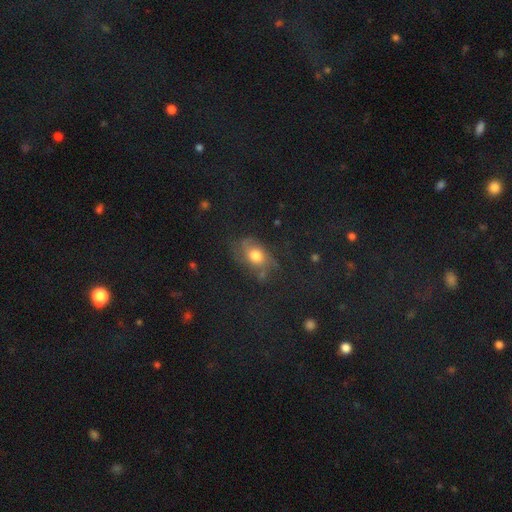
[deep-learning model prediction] Smooth or featured? Predicted: smooth (p=0.48). Merging? Predicted: none (p=0.56).